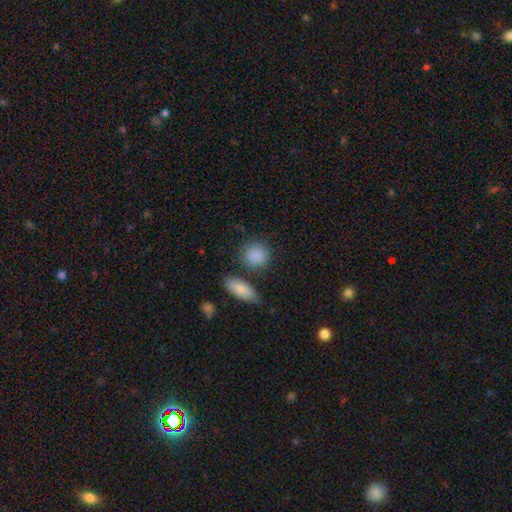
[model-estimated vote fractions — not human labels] A smooth galaxy with no disk features (88%) that is round (71%). Merging: none (73%).